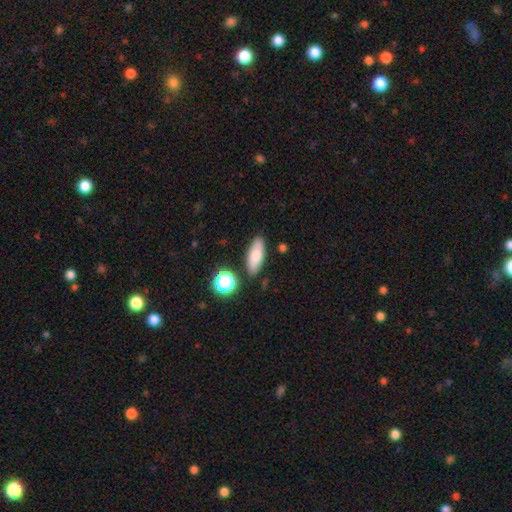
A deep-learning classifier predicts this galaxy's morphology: type=smooth (76%); roundness=in between (72%); merging=none (82%).